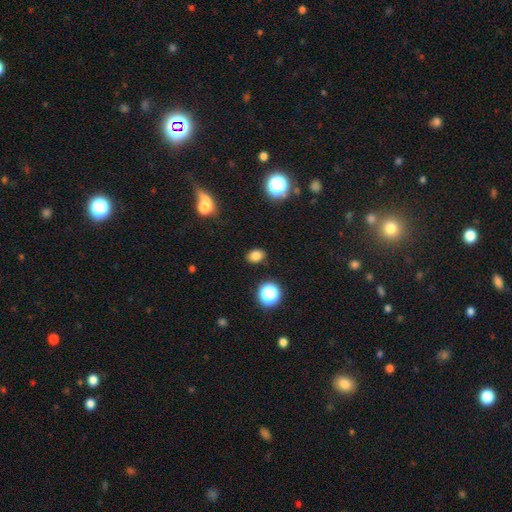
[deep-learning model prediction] smooth-or-featured: smooth: 79% | star or artifact: 15% | featured or disk: 6%
  how-rounded: in between: 67% | round: 32% | cigar-shaped: 1%
  merging: none: 86% | minor disturbance: 9% | major disturbance: 3% | merger: 2%